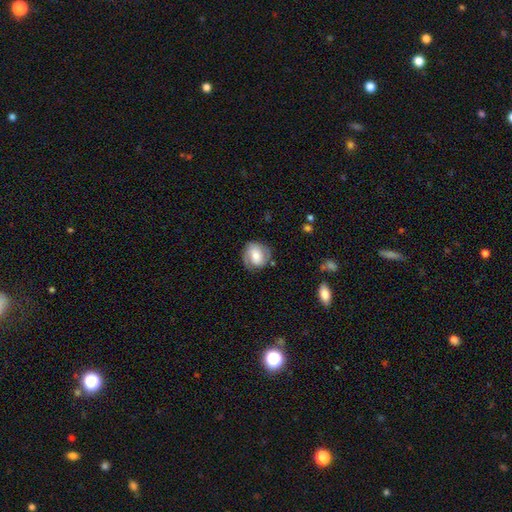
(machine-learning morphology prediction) This is possibly a smooth galaxy (52%). How rounded: likely round (71%). Merging: likely none (72%).